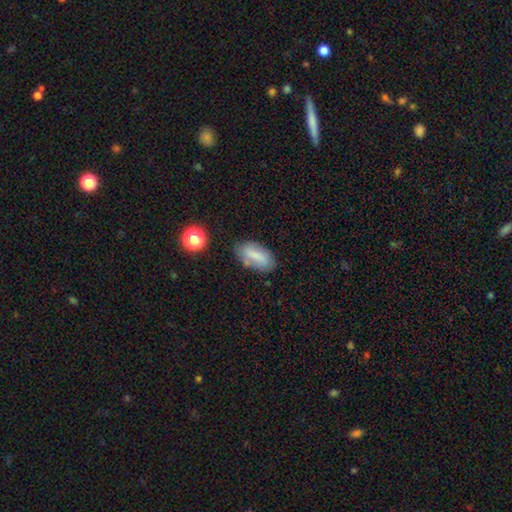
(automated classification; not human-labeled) This appears to be a smooth galaxy with no disk features (73%) that is in between round and cigar-shaped (88%). Merging: none (66%).